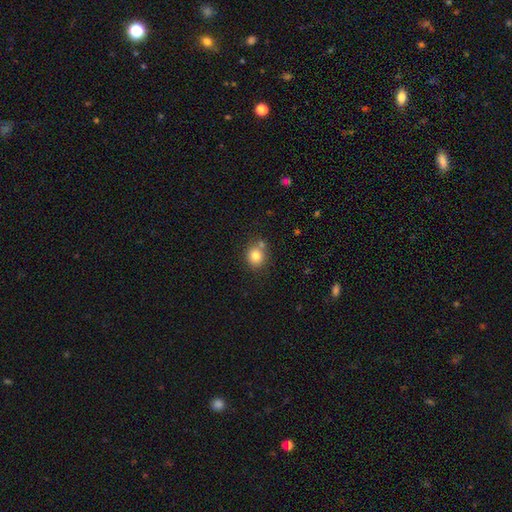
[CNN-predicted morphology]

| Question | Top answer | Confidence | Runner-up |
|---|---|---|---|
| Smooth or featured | smooth | 79% | star or artifact (11%) |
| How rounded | round | 82% | in between (17%) |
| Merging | none | 66% | merger (19%) |